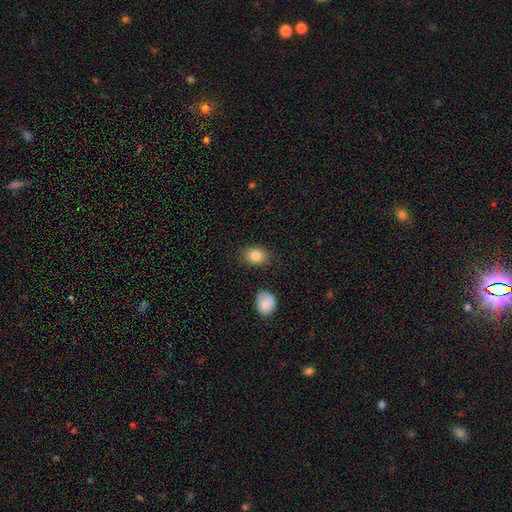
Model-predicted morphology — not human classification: Smooth or featured? smooth (84%)
How rounded? in between (66%)
Merging? none (83%)